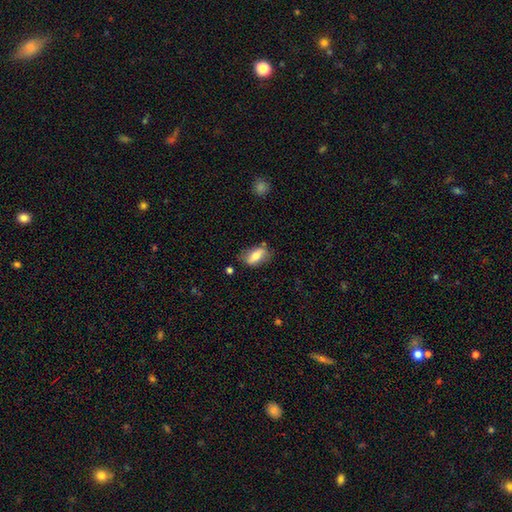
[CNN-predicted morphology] type=smooth (65%); roundness=in between (85%); merging=none (67%).